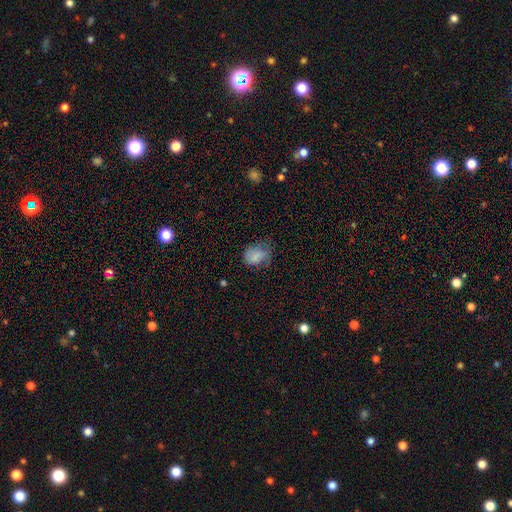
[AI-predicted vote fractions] Overall: smooth (74%). How rounded: in between (55%; round 44%). Merging: none (43%; minor disturbance 34%).